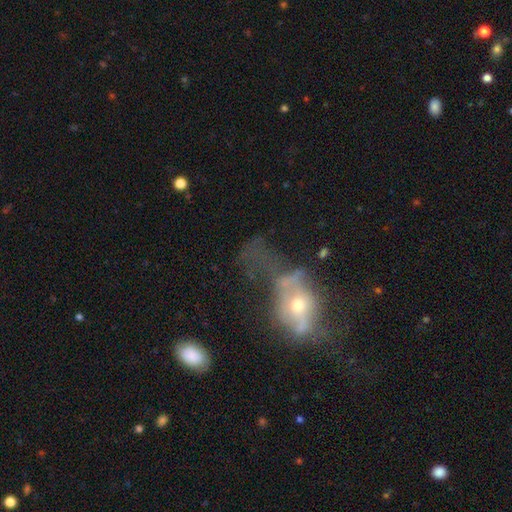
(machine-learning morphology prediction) Q: Smooth or featured?
A: featured or disk (52%); runner-up: smooth (28%)
Q: Edge-on disk?
A: no (86%); runner-up: yes (14%)
Q: Merging?
A: major disturbance (52%); runner-up: none (20%)